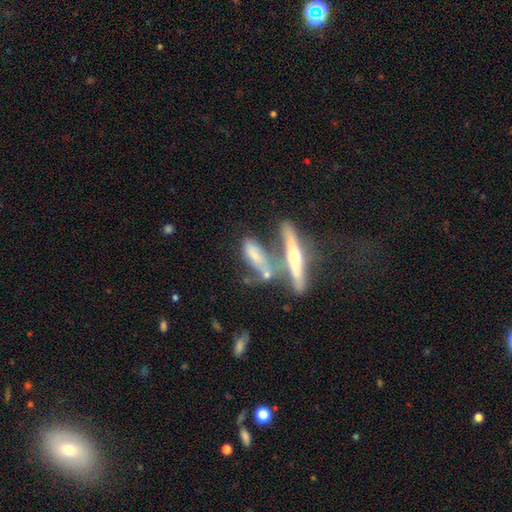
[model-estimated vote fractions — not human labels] smooth_or_featured: featured or disk (p=0.48) [alt: smooth p=0.43]
merging: merger (p=0.41) [alt: none p=0.35]